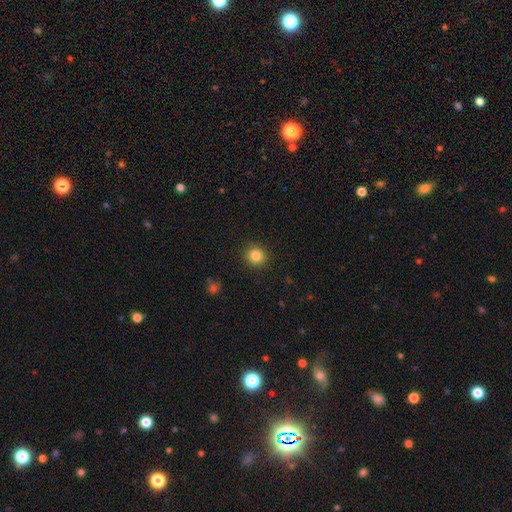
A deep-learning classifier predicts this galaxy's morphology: A smooth galaxy with no disk features (84%) that is round (90%). Merging: none (91%).